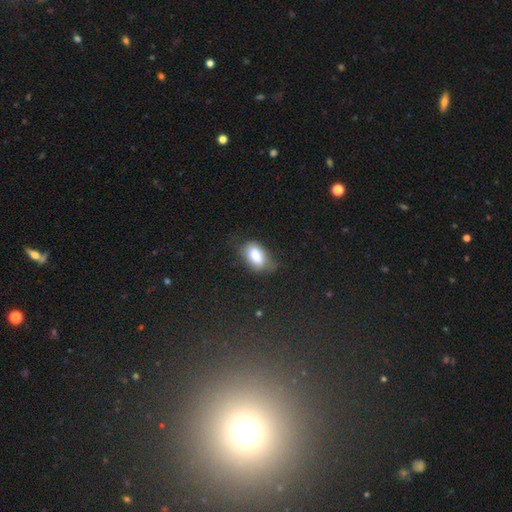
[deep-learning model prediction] Smooth or featured?
  - smooth: 78% *
  - featured or disk: 14%
  - star or artifact: 8%
How rounded?
  - in between: 91% *
  - round: 6%
  - cigar-shaped: 3%
Merging?
  - none: 56% *
  - minor disturbance: 30%
  - major disturbance: 12%
  - merger: 2%